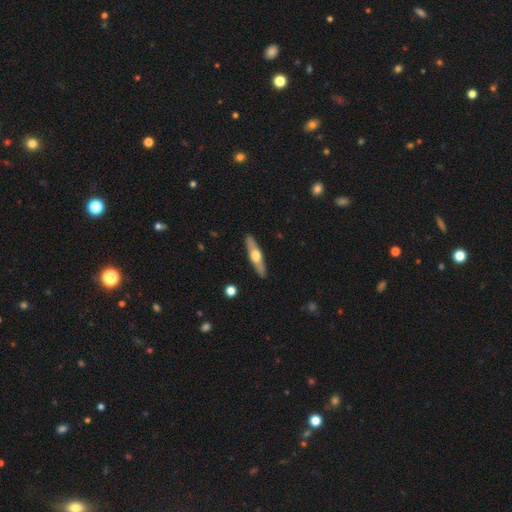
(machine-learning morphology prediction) A featured or disk galaxy (56%) viewed edge-on (90%) with a rounded central bulge (92%).

Vote fractions:
- Smooth or featured? featured or disk: 56% / smooth: 39% / star or artifact: 5%
- Edge-on disk? yes: 90% / no: 10%
- Edge-on bulge? rounded: 92% / none: 4% / boxy: 4%
- Merging? none: 90% / minor disturbance: 7% / major disturbance: 2% / merger: 1%